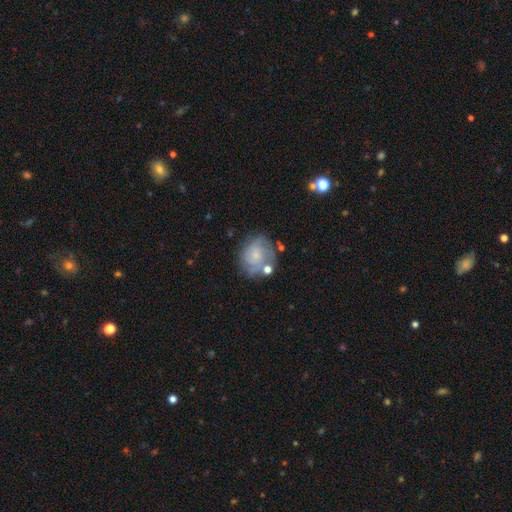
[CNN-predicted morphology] Smooth or featured? Predicted: featured or disk (p=0.58). Edge-on disk? Predicted: no (p=0.98). Bar? Predicted: no (p=0.72). Spiral arms? Predicted: yes (p=0.82). Bulge size? Predicted: small (p=0.58). Merging? Predicted: none (p=0.60).